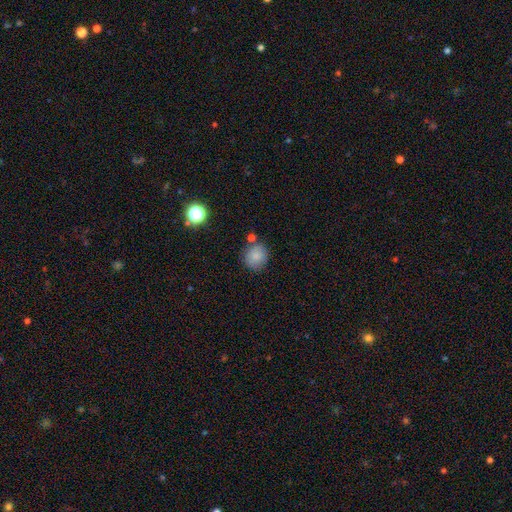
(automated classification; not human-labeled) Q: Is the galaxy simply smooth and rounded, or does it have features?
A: smooth — 83%.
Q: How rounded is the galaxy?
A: round — 81%.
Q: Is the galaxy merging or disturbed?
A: none — 75%.